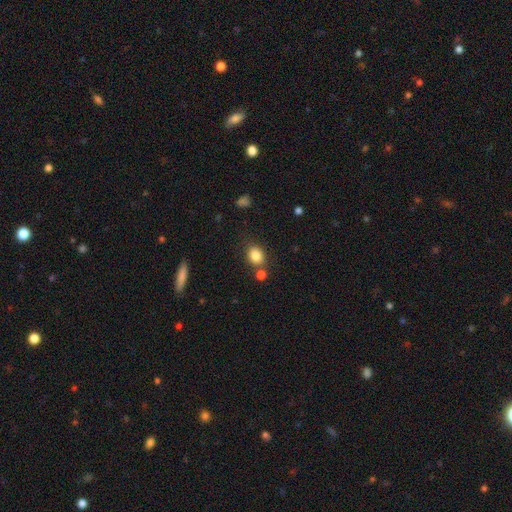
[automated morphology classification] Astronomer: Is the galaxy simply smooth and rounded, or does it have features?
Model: smooth — 84%.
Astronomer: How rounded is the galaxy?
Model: in between — 52% (runner-up: round, 47%).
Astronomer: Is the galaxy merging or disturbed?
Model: none — 71%.